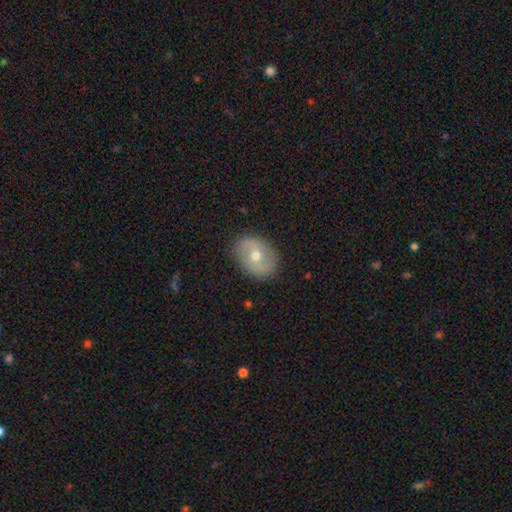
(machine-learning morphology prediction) A featured or disk galaxy (55%) with no bar (54%), spiral arms (54%) and a moderate central bulge (69%). Merging: none (84%).